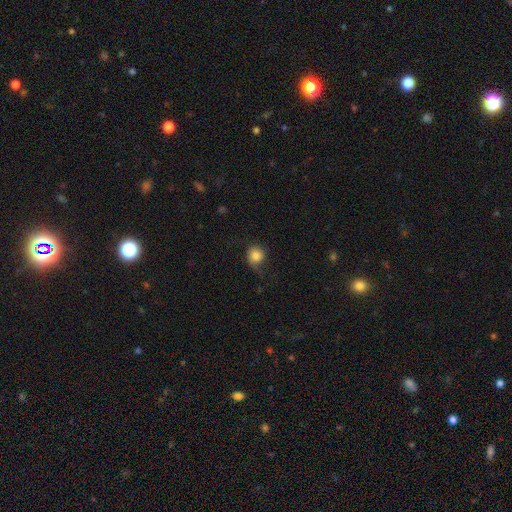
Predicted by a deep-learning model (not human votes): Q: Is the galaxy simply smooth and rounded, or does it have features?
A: smooth — 76%.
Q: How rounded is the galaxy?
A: round — 79%.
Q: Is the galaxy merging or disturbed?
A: none — 55%.